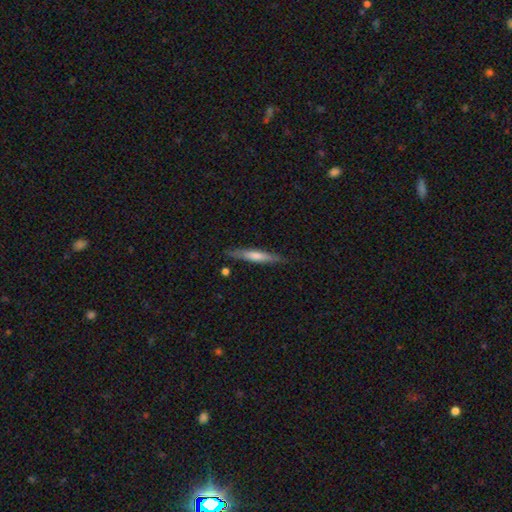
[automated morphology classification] smooth 54%, featured or disk 40%, star or artifact 6%. Down the decision tree: how rounded — cigar-shaped (93%); merging — none (86%).